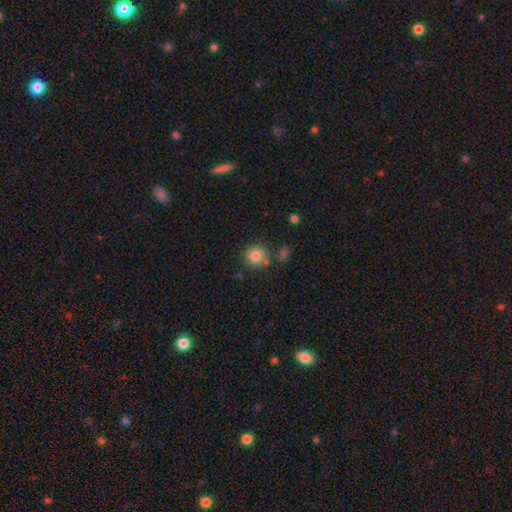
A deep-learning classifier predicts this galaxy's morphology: Q: Smooth or featured?
A: smooth (83%); runner-up: star or artifact (10%)
Q: How rounded?
A: round (90%); runner-up: in between (9%)
Q: Merging?
A: none (79%); runner-up: minor disturbance (10%)